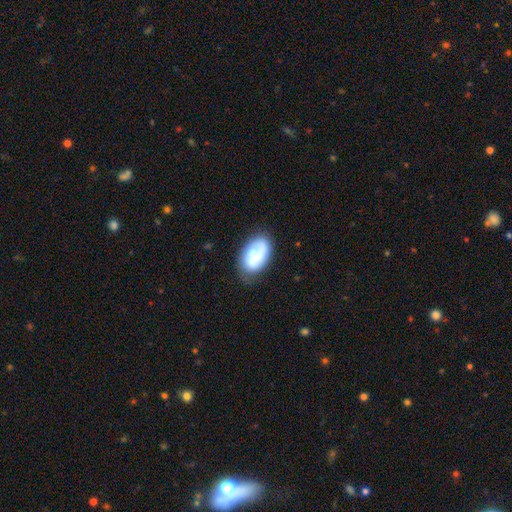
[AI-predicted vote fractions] This appears to be a smooth galaxy with no disk features (60%) that is in between round and cigar-shaped (92%). Merging: none (66%).